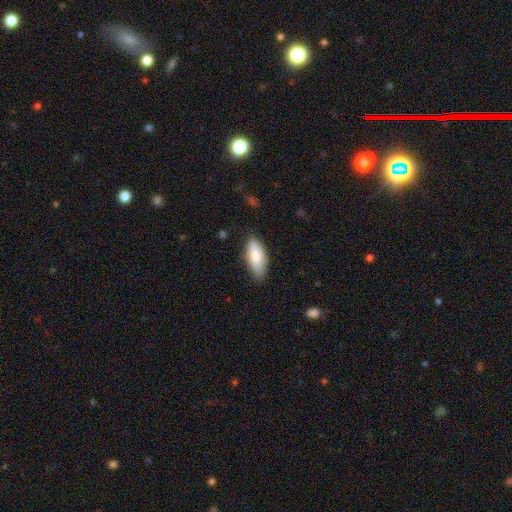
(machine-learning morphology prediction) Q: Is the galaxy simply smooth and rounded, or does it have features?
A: smooth — 82%.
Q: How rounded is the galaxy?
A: in between — 81%.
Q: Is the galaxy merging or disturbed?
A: none — 80%.